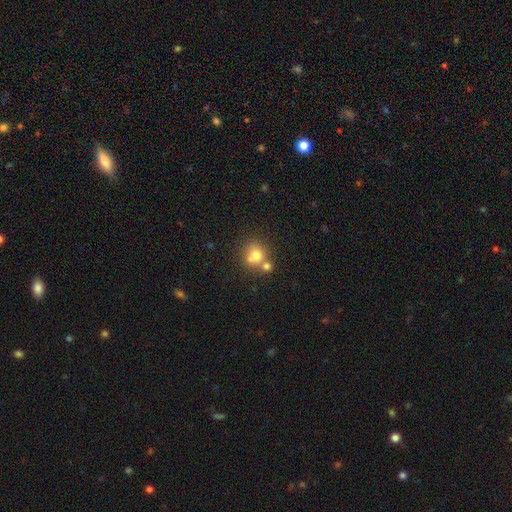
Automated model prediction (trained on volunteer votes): Smooth or featured?
  - smooth: 72% *
  - featured or disk: 16%
  - star or artifact: 12%
How rounded?
  - round: 82% *
  - in between: 17%
  - cigar-shaped: 1%
Merging?
  - none: 44% *
  - merger: 43%
  - minor disturbance: 9%
  - major disturbance: 4%